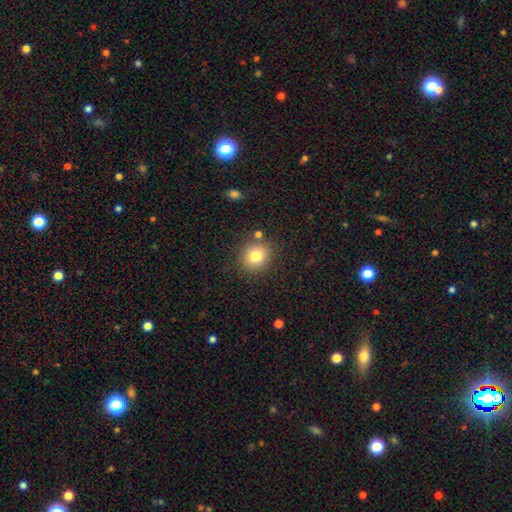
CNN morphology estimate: Q: Smooth or featured?
A: smooth (80%); runner-up: star or artifact (12%)
Q: How rounded?
A: round (77%); runner-up: in between (23%)
Q: Merging?
A: none (82%); runner-up: minor disturbance (10%)